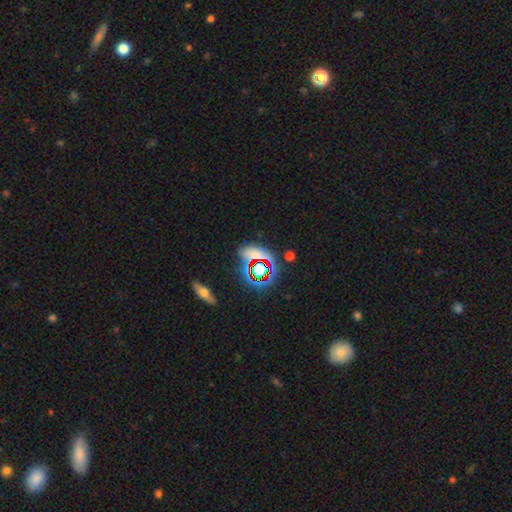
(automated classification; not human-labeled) This appears to be a star or artifact, not a galaxy (48%).